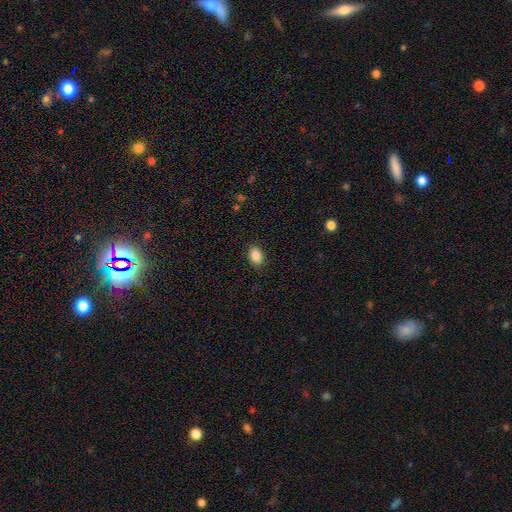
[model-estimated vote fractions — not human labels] smooth-or-featured: smooth: 88% | star or artifact: 9% | featured or disk: 4%
  how-rounded: in between: 81% | round: 18% | cigar-shaped: 1%
  merging: none: 87% | minor disturbance: 10% | major disturbance: 3% | merger: 1%